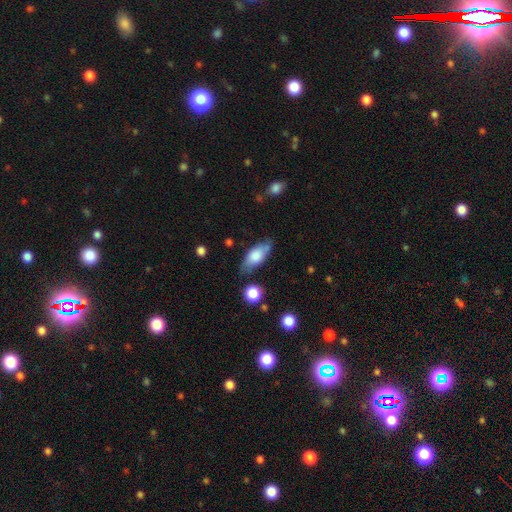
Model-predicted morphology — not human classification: A smooth galaxy with no disk features (70%) that is in between round and cigar-shaped (81%). Merging: none (71%).